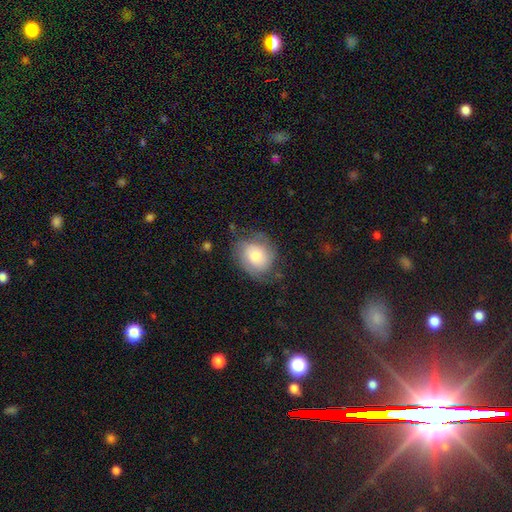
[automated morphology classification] Smooth or featured? smooth (56%)
How rounded? round (60%)
Merging? none (56%)